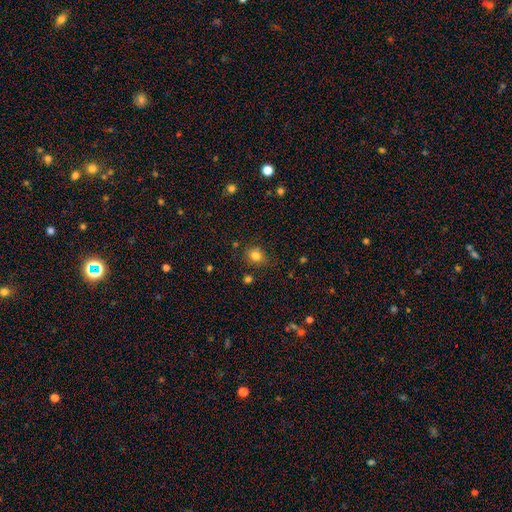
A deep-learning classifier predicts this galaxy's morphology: Smooth or featured?
  - smooth: 82% *
  - star or artifact: 13%
  - featured or disk: 6%
How rounded?
  - round: 72% *
  - in between: 27%
  - cigar-shaped: 1%
Merging?
  - none: 81% *
  - minor disturbance: 13%
  - major disturbance: 3%
  - merger: 3%